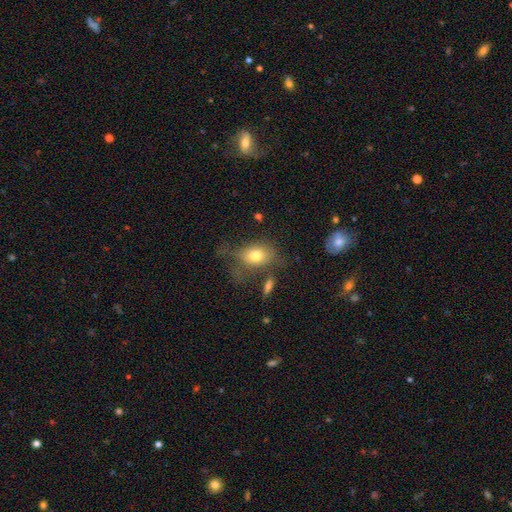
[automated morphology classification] The model was most divided on "merging": none: 42%, major disturbance: 26%, minor disturbance: 24%, merger: 8%. More confident: smooth or featured — smooth (74%); how rounded — in between (72%).